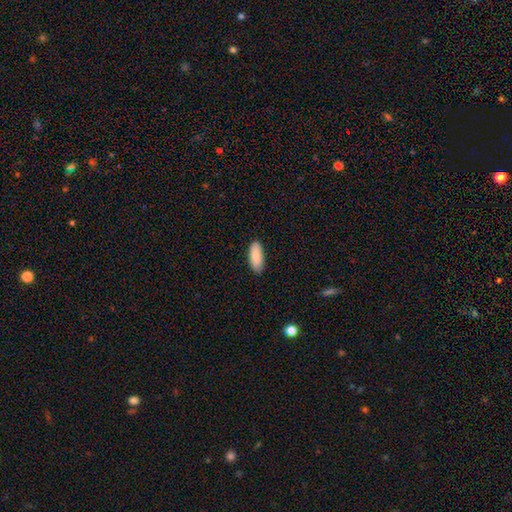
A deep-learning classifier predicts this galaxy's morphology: This appears to be a smooth galaxy with no disk features (89%) that is in between round and cigar-shaped (78%). Merging: none (88%).